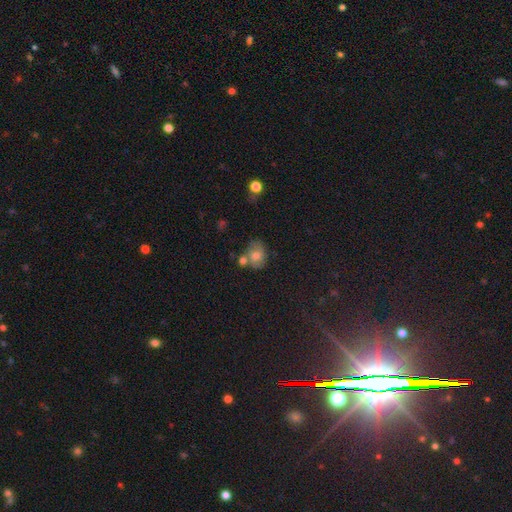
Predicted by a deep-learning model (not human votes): Smooth or featured?
  - smooth: 67% *
  - featured or disk: 23%
  - star or artifact: 11%
How rounded?
  - in between: 58% *
  - round: 41%
  - cigar-shaped: 1%
Merging?
  - none: 48% *
  - merger: 26%
  - minor disturbance: 19%
  - major disturbance: 6%